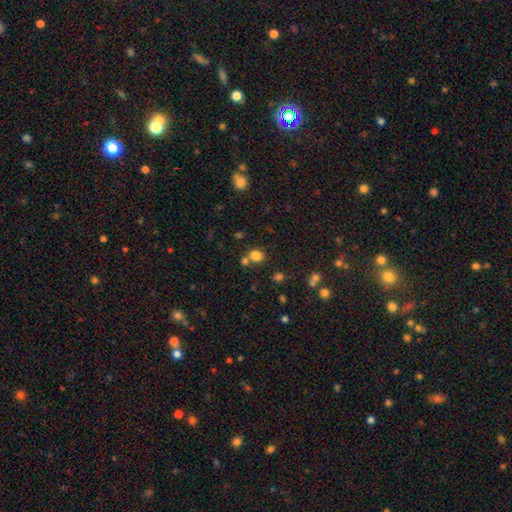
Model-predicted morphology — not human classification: smooth_or_featured: smooth (p=0.79) [alt: star or artifact p=0.15]
how_rounded: round (p=0.64) [alt: in between p=0.35]
merging: none (p=0.63) [alt: merger p=0.24]